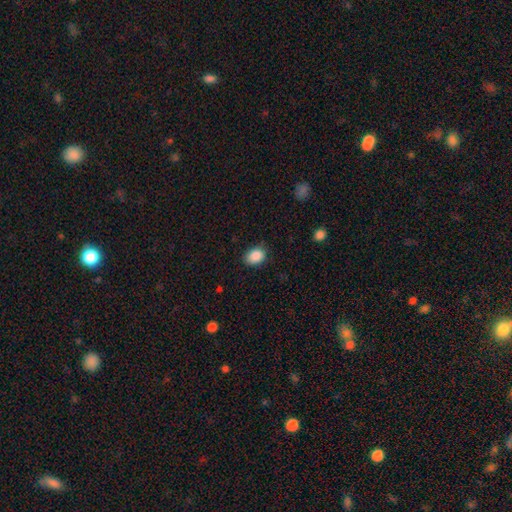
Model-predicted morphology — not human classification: Smooth or featured?
  - smooth: 88% *
  - star or artifact: 8%
  - featured or disk: 4%
How rounded?
  - in between: 72% *
  - round: 27%
  - cigar-shaped: 1%
Merging?
  - none: 79% *
  - minor disturbance: 17%
  - major disturbance: 3%
  - merger: 1%